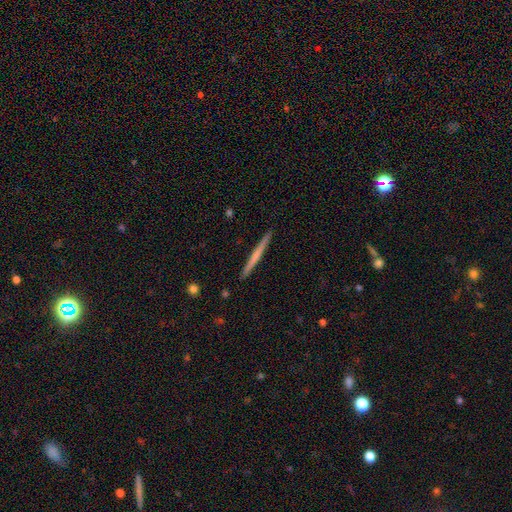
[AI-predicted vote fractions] Smooth or featured?
  - featured or disk: 48% *
  - smooth: 47%
  - star or artifact: 5%
Merging?
  - none: 92% *
  - minor disturbance: 5%
  - major disturbance: 1%
  - merger: 1%